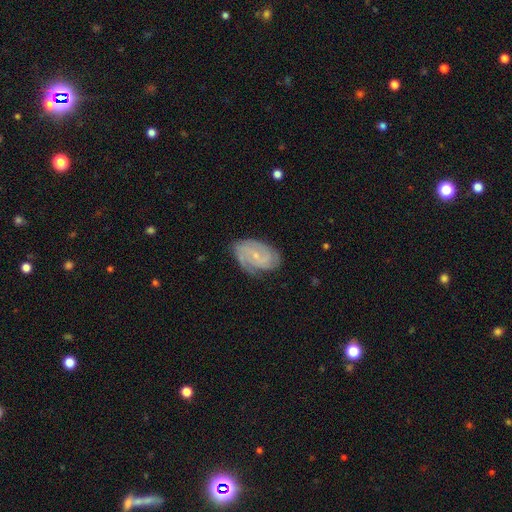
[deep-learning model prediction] Smooth or featured?
  - featured or disk: 77% *
  - smooth: 16%
  - star or artifact: 6%
Edge-on disk?
  - no: 97% *
  - yes: 3%
Bar?
  - no: 57% *
  - weak: 36%
  - strong: 7%
Spiral arms?
  - yes: 94% *
  - no: 6%
Spiral winding?
  - tight: 54% *
  - medium: 36%
  - loose: 10%
Spiral arm count?
  - 2: 38% *
  - can't tell: 27%
  - 3: 20%
  - 4: 6%
  - 1: 5%
  - more than 4: 4%
Bulge size?
  - small: 77% *
  - moderate: 17%
  - none: 4%
  - large: 1%
  - dominant: 1%
Merging?
  - none: 71% *
  - minor disturbance: 22%
  - major disturbance: 6%
  - merger: 1%